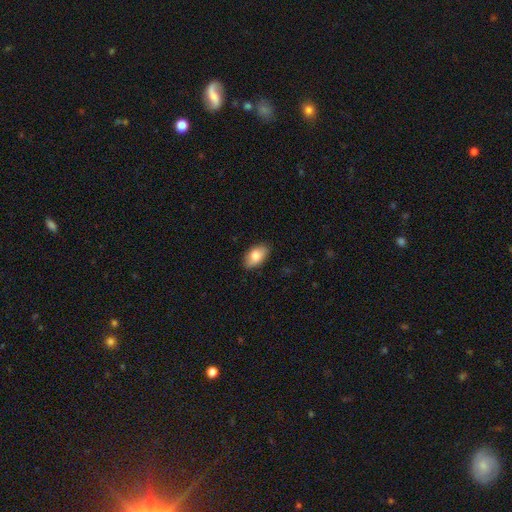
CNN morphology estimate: Smooth or featured? smooth (81%)
How rounded? in between (92%)
Merging? none (87%)